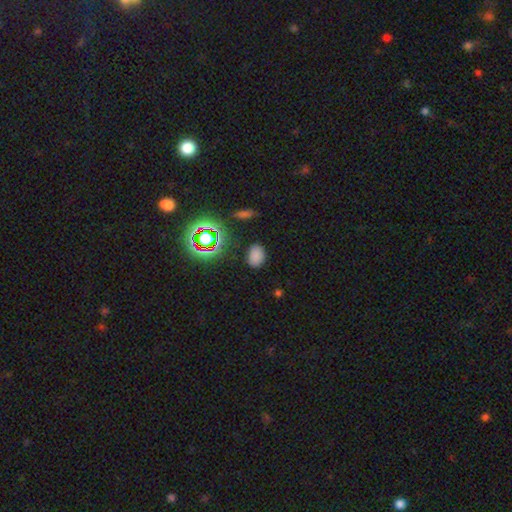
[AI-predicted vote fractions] Overall: smooth (73%). How rounded: in between (78%). Merging: none (83%).